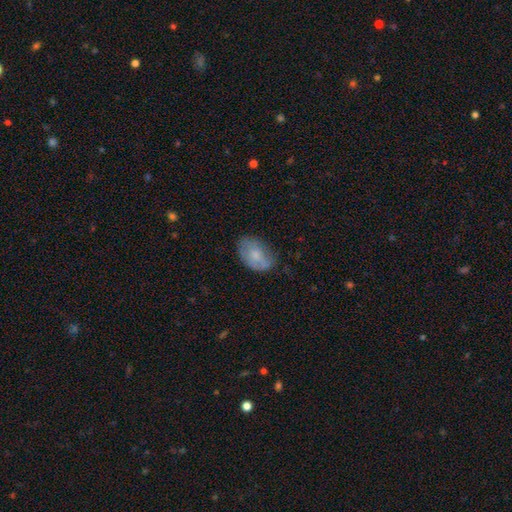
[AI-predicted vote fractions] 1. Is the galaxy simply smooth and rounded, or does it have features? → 69% smooth, 24% featured or disk, 7% star or artifact.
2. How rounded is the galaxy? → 87% in between, 12% round, 1% cigar-shaped.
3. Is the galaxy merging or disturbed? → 62% none, 28% minor disturbance, 8% major disturbance, 1% merger.